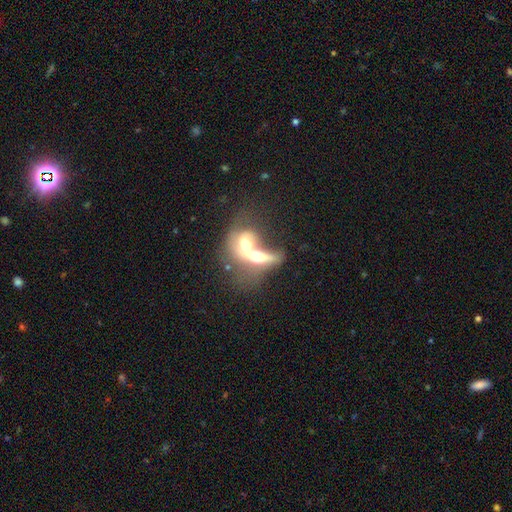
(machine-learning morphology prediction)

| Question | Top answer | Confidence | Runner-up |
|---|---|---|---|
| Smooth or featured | smooth | 48% | featured or disk (44%) |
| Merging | merger | 80% | major disturbance (8%) |